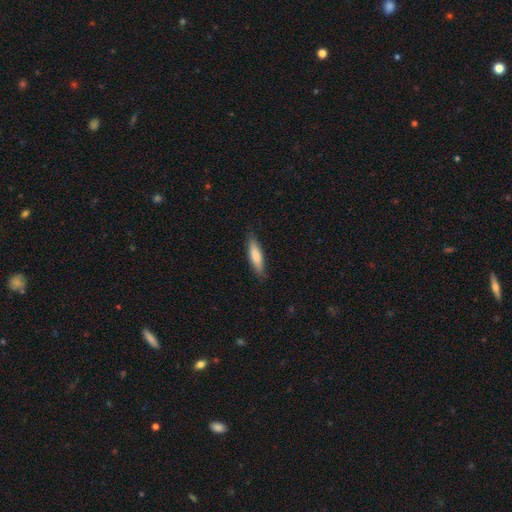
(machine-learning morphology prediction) This is likely a smooth galaxy (77%). How rounded: likely cigar-shaped (73%). Merging: clearly none (85%).